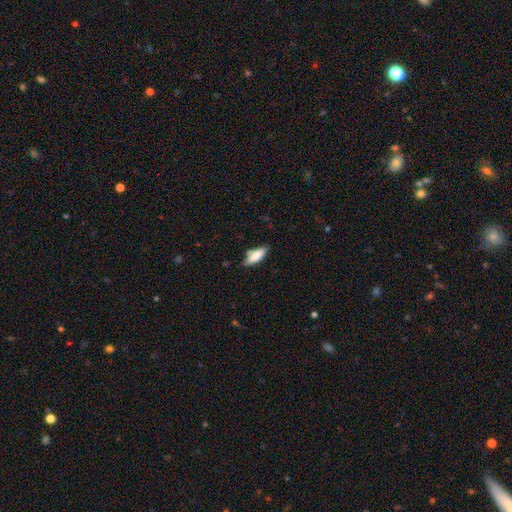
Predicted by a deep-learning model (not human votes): Smooth or featured: smooth — 77% (featured or disk — 16%)
How rounded: in between — 60% (cigar-shaped — 38%)
Merging: none — 67% (minor disturbance — 22%)